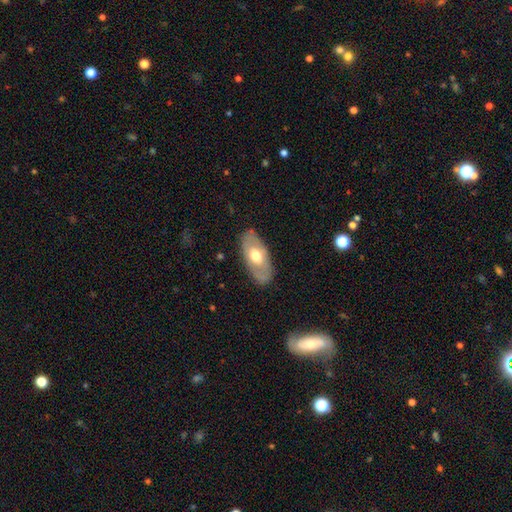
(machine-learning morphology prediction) A smooth galaxy with no disk features (50%) that is in between round and cigar-shaped (90%). Merging: none (83%).